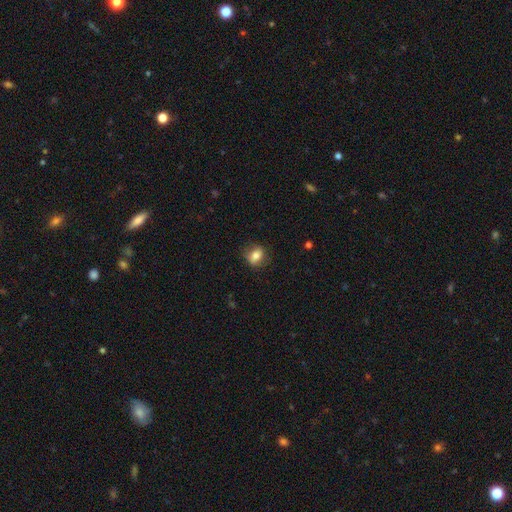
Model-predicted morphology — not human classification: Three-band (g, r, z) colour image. It shows a smooth galaxy with no disk features (73%) that is in between round and cigar-shaped (54%). Merging: none (78%).